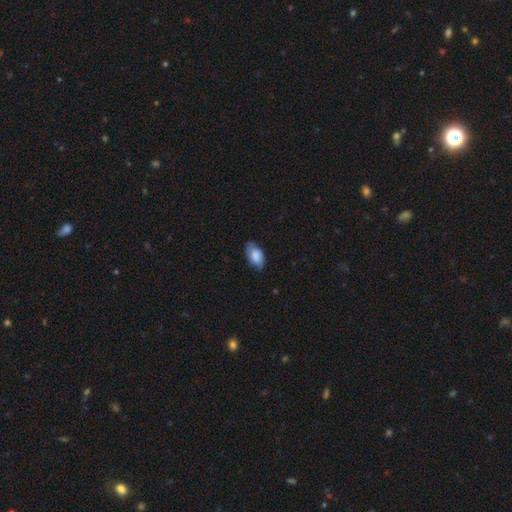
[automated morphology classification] smooth 76%, featured or disk 17%, star or artifact 7%. Down the decision tree: how rounded — in between (93%); merging — none (71%).